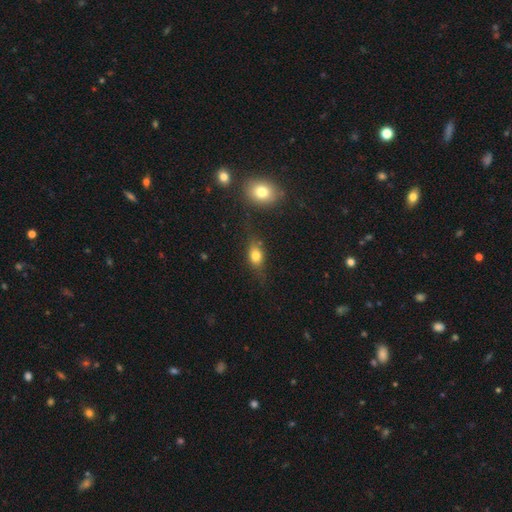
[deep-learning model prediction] Morphology: type=smooth (73%); roundness=in between (68%); merging=none (64%).